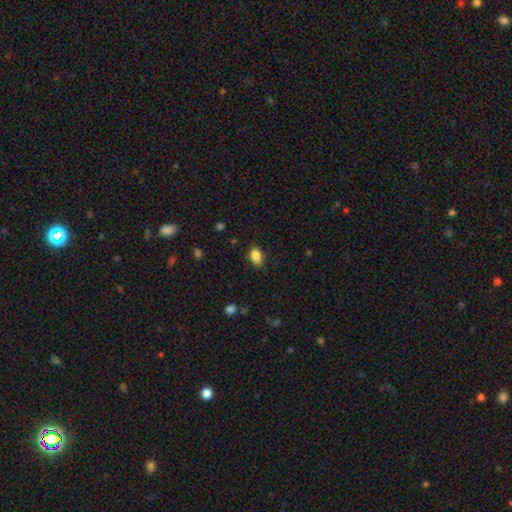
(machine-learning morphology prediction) smooth 86%, star or artifact 9%, featured or disk 5%. Down the decision tree: how rounded — in between (86%); merging — none (85%).